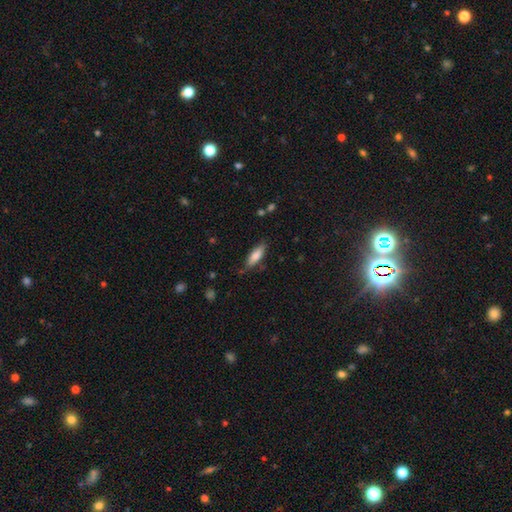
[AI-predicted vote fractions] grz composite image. It shows a smooth galaxy with no disk features (79%) that is in between round and cigar-shaped (55%). Merging: none (77%).